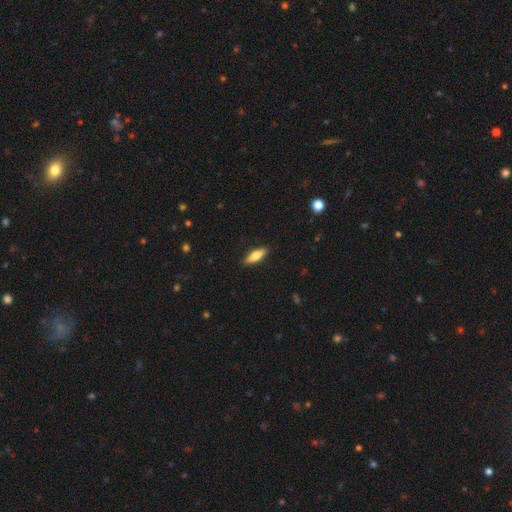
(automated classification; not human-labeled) Smooth or featured?
  - smooth: 72% *
  - featured or disk: 22%
  - star or artifact: 6%
How rounded?
  - in between: 51% *
  - cigar-shaped: 47%
  - round: 2%
Merging?
  - none: 89% *
  - minor disturbance: 8%
  - major disturbance: 2%
  - merger: 1%